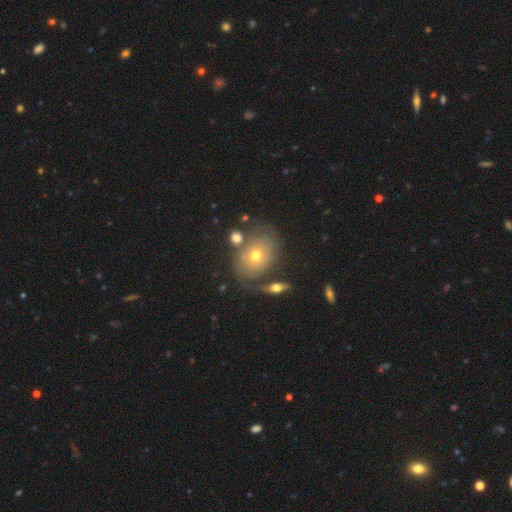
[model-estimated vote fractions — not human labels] smooth-or-featured: featured or disk: 54% | smooth: 36% | star or artifact: 10%
  disk-edge-on: no: 92% | yes: 8%
    bar: no: 88% | weak: 10% | strong: 3%
    has-spiral-arms: yes: 57% | no: 43%
    bulge-size: moderate: 57% | small: 37% | large: 3% | dominant: 1% | none: 1%
  merging: none: 65% | minor disturbance: 17% | merger: 10% | major disturbance: 8%